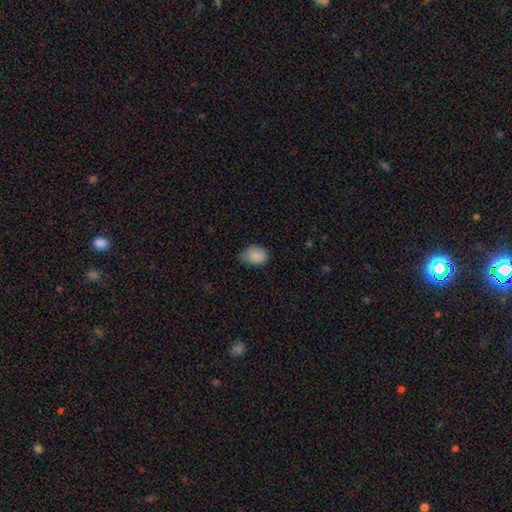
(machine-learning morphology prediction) smooth_or_featured: smooth (p=0.87) [alt: star or artifact p=0.08]
how_rounded: in between (p=0.70) [alt: round p=0.29]
merging: none (p=0.56) [alt: minor disturbance p=0.36]